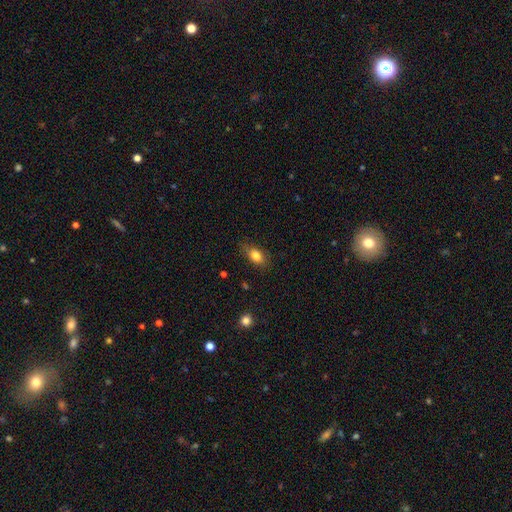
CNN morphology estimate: This is clearly a smooth galaxy (80%). How rounded: clearly in between (80%). Merging: likely none (74%).